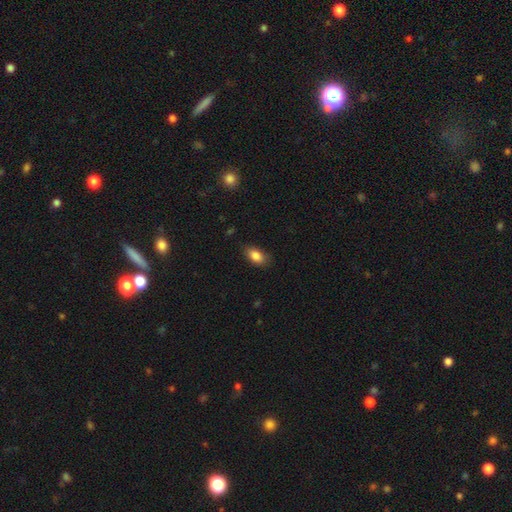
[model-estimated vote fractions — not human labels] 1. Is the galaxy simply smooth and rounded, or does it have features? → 86% smooth, 8% star or artifact, 6% featured or disk.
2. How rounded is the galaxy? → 89% in between, 8% round, 3% cigar-shaped.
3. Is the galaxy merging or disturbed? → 79% none, 17% minor disturbance, 3% major disturbance, 1% merger.